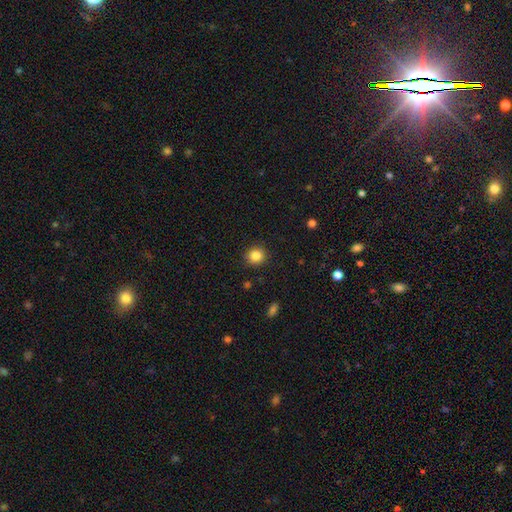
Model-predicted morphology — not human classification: smooth 86%, star or artifact 10%, featured or disk 4%. Down the decision tree: how rounded — round (88%); merging — none (89%).